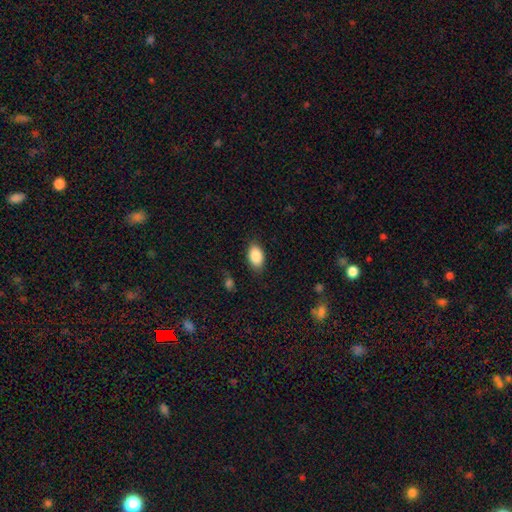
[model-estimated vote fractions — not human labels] Smooth or featured? smooth (88%)
How rounded? in between (92%)
Merging? none (84%)